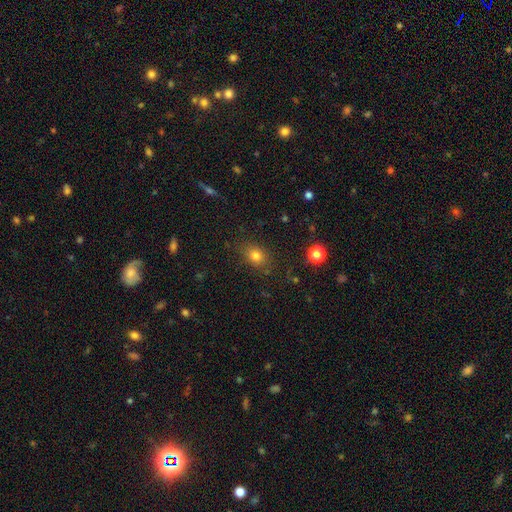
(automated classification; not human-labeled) Smooth or featured? smooth (78%)
How rounded? in between (56%)
Merging? none (81%)